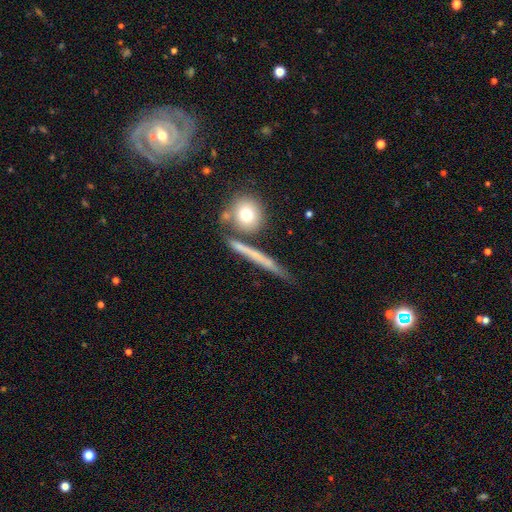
Volunteers were most divided on "smooth or featured": smooth: 56%, featured or disk: 36%, star or artifact: 8%. More confident: how rounded — cigar-shaped (86%); merging — none (67%).